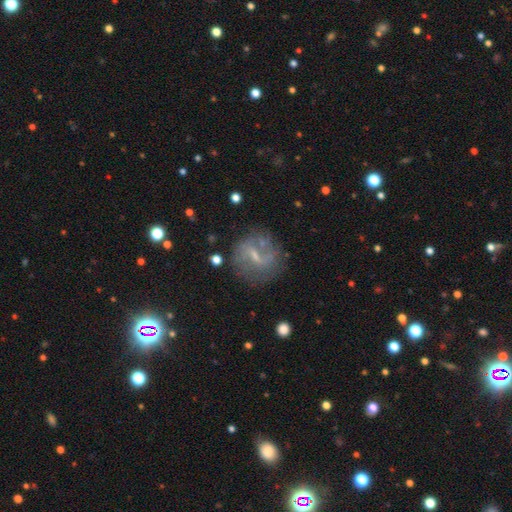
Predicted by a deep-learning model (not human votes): Morphology: type=featured or disk (60%); edge-on=no (95%); bar=weak (53%); spiral arms=yes (65%); bulge=small (57%); merging=none (64%).